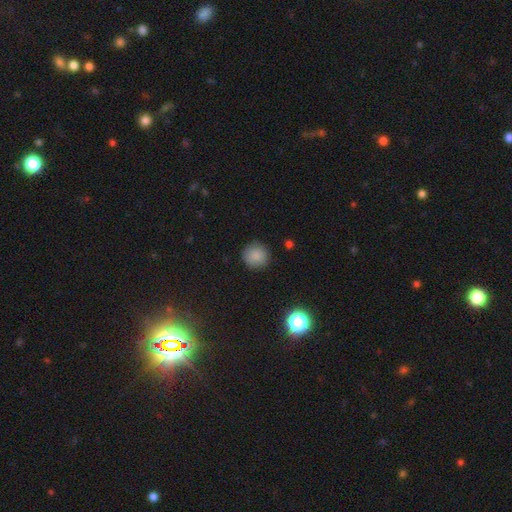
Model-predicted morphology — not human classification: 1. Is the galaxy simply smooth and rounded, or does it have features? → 85% smooth, 10% star or artifact, 5% featured or disk.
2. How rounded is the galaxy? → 94% round, 5% in between, 1% cigar-shaped.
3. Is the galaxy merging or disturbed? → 87% none, 9% minor disturbance, 2% major disturbance, 1% merger.